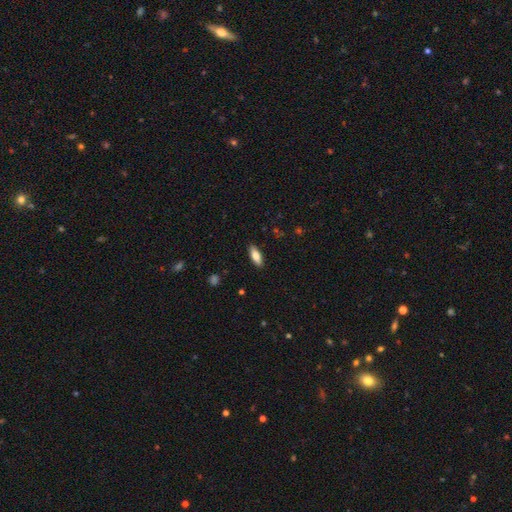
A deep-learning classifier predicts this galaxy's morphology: Smooth or featured?
  - smooth: 78% *
  - featured or disk: 16%
  - star or artifact: 6%
How rounded?
  - in between: 71% *
  - cigar-shaped: 27%
  - round: 2%
Merging?
  - none: 89% *
  - minor disturbance: 8%
  - major disturbance: 2%
  - merger: 1%